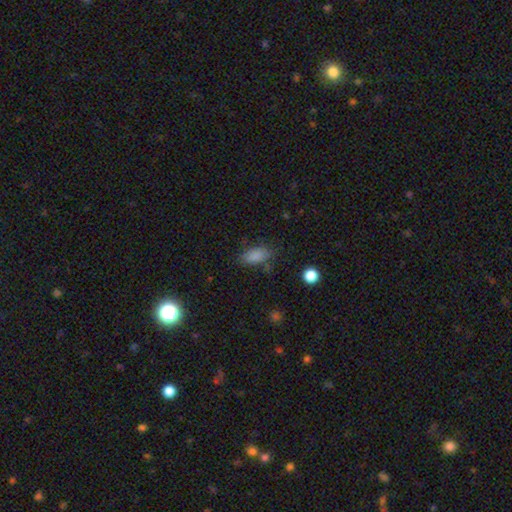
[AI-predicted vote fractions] This appears to be a smooth galaxy with no disk features (85%) that is in between round and cigar-shaped (90%). Merging: none (72%).